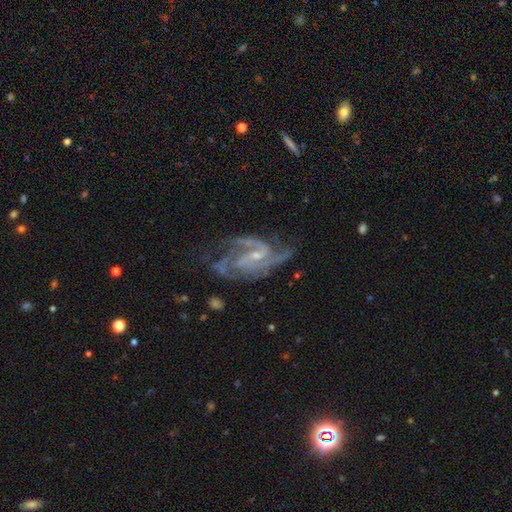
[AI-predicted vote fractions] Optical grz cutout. It shows a featured or disk galaxy (91%) with a weak bar (46%), 2 (41%) medium (55%) spiral arms (98%) and a small central bulge (72%). Merging: none (59%).